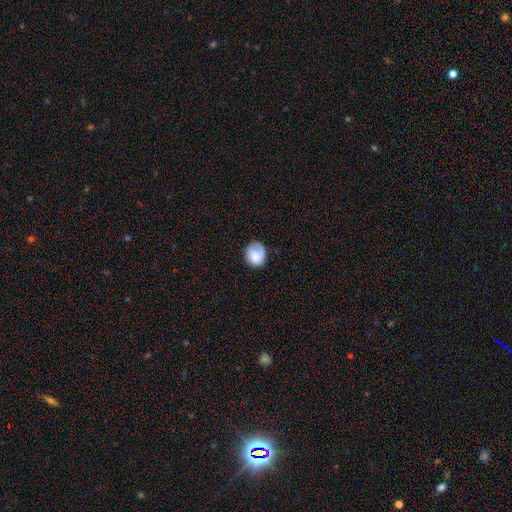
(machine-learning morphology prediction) This is likely a smooth galaxy (71%). How rounded: likely round (69%). Merging: likely none (68%).